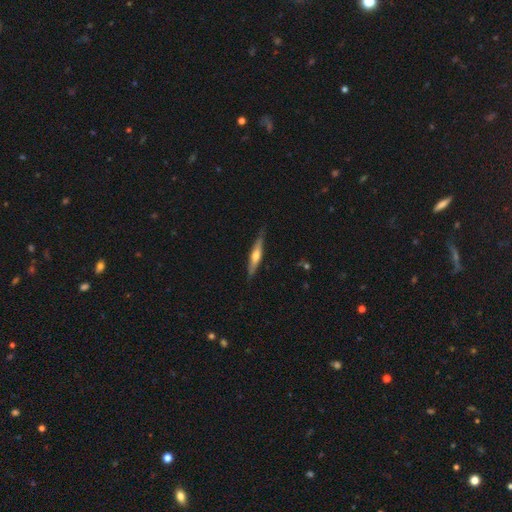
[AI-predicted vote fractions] Smooth or featured? Predicted: featured or disk (p=0.58). Edge-on disk? Predicted: yes (p=0.95). Edge-on bulge? Predicted: rounded (p=0.85). Merging? Predicted: none (p=0.84).